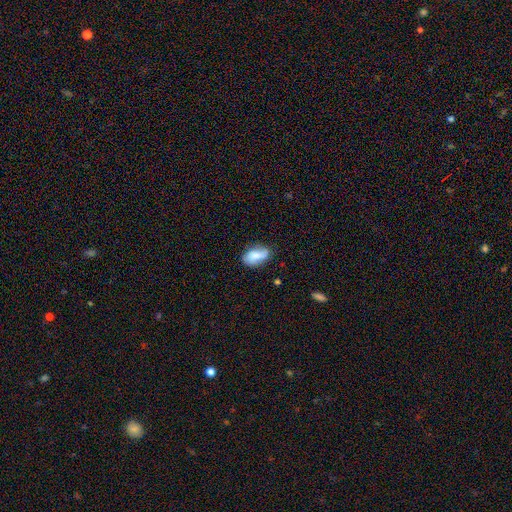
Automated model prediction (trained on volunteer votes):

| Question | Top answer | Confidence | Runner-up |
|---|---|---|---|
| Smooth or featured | smooth | 66% | featured or disk (26%) |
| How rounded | in between | 90% | round (6%) |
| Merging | none | 63% | minor disturbance (27%) |